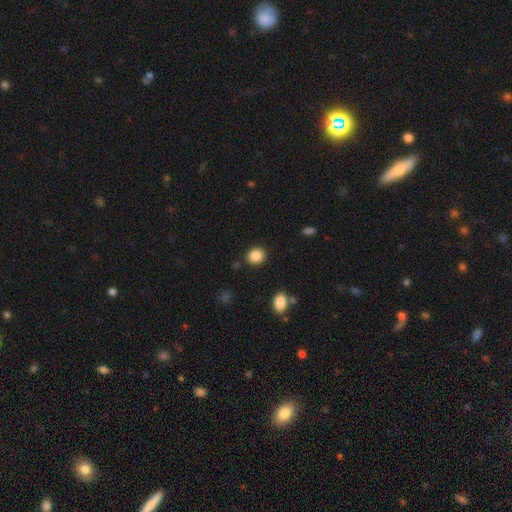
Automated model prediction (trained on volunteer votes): Overall: smooth (87%). How rounded: round (66%; in between 33%). Merging: none (86%).